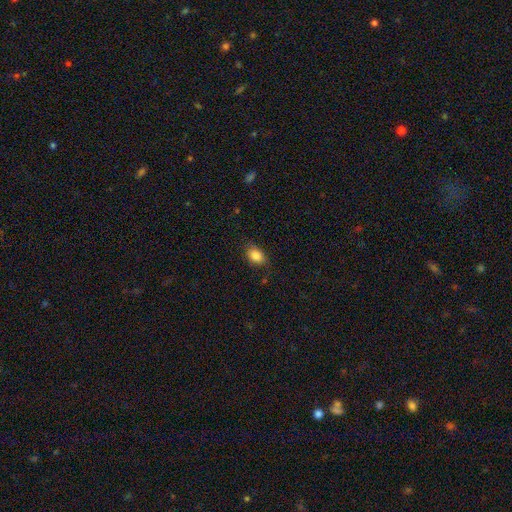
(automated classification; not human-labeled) This is clearly a smooth galaxy (86%). How rounded: clearly in between (82%). Merging: clearly none (80%).